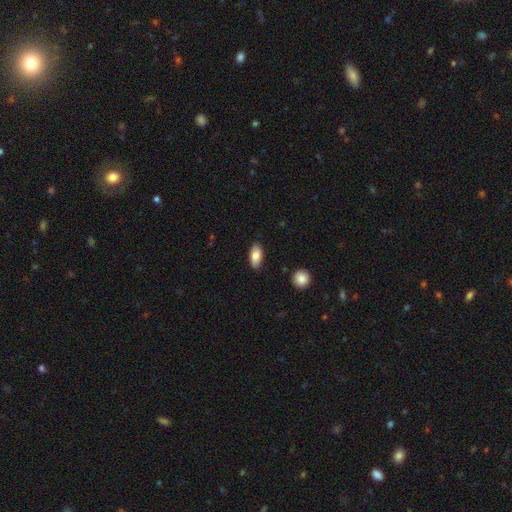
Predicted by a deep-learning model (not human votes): smooth-or-featured: smooth: 84% | featured or disk: 9% | star or artifact: 7%
  how-rounded: in between: 91% | cigar-shaped: 6% | round: 3%
  merging: none: 86% | minor disturbance: 11% | major disturbance: 2% | merger: 2%